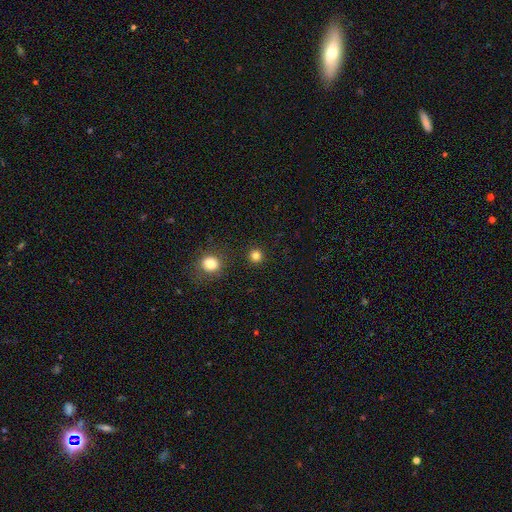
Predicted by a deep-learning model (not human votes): Q: Smooth or featured?
A: smooth (82%); runner-up: star or artifact (14%)
Q: How rounded?
A: round (95%); runner-up: in between (4%)
Q: Merging?
A: none (91%); runner-up: minor disturbance (5%)